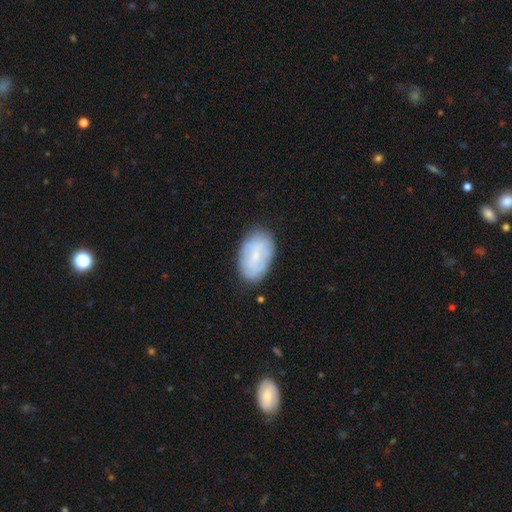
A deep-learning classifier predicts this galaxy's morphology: smooth 60%, featured or disk 33%, star or artifact 7%. Down the decision tree: how rounded — in between (92%); merging — none (79%).